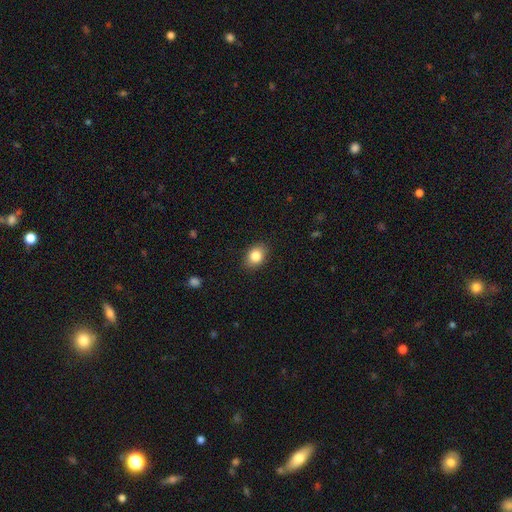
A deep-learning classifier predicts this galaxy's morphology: smooth 84%, star or artifact 9%, featured or disk 7%. Down the decision tree: how rounded — in between (71%); merging — none (87%).